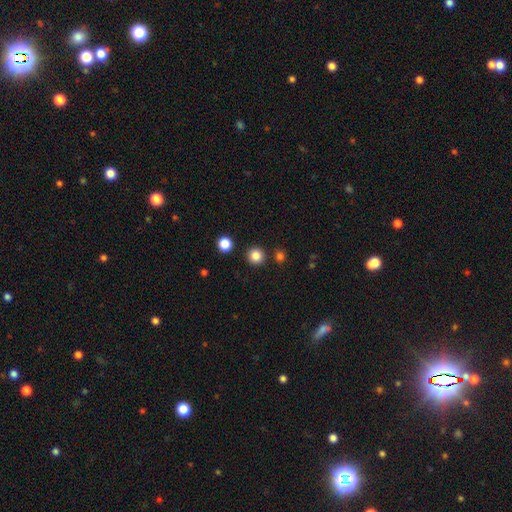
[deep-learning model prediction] smooth 84%, star or artifact 12%, featured or disk 4%. Down the decision tree: how rounded — round (94%); merging — none (89%).